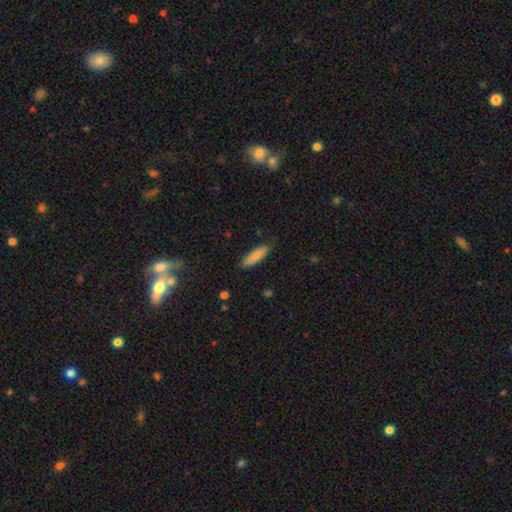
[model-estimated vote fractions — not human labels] This is clearly a smooth galaxy (81%). How rounded: possibly cigar-shaped (56%). Merging: clearly none (82%).